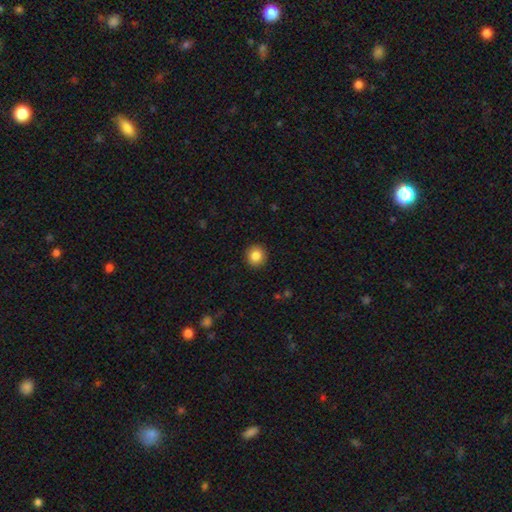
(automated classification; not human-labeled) smooth 85%, star or artifact 9%, featured or disk 6%. Down the decision tree: how rounded — round (91%); merging — none (92%).